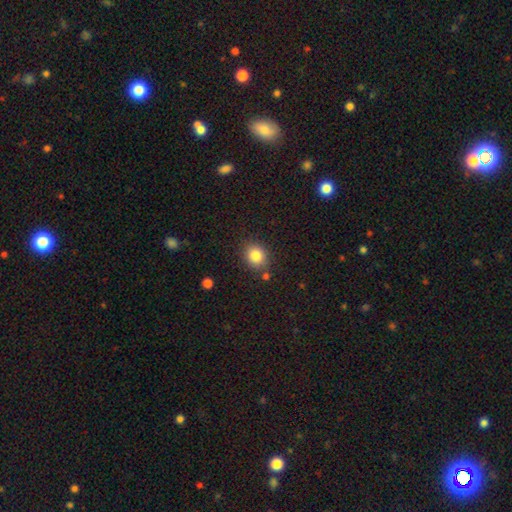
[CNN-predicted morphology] smooth 84%, star or artifact 10%, featured or disk 6%. Down the decision tree: how rounded — round (70%); merging — none (83%).